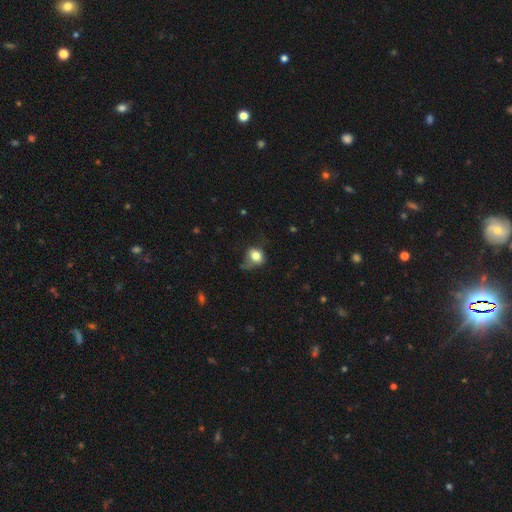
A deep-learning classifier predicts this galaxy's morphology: Q: Smooth or featured?
A: smooth (78%); runner-up: featured or disk (12%)
Q: How rounded?
A: round (59%); runner-up: in between (40%)
Q: Merging?
A: none (39%); runner-up: minor disturbance (34%)